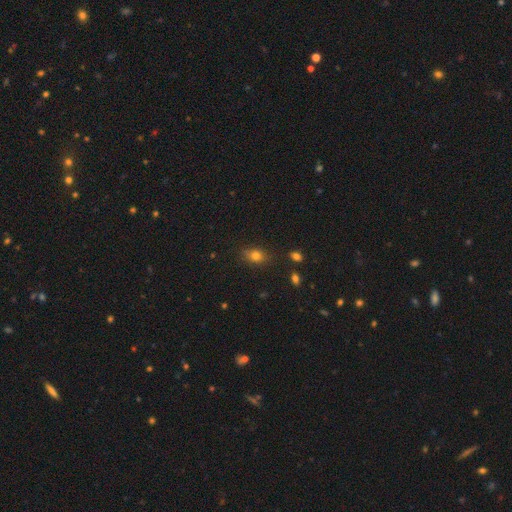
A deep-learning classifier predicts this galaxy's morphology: A smooth galaxy with no disk features (75%) that is in between round and cigar-shaped (62%). Merging: none (71%).